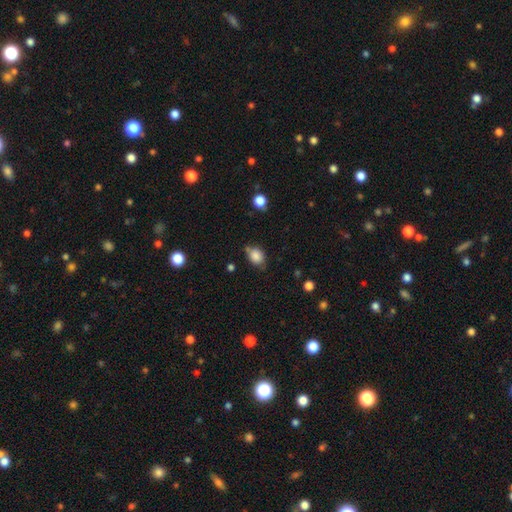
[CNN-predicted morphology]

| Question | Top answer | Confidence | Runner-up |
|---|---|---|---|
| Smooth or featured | smooth | 84% | star or artifact (9%) |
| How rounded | in between | 57% | round (42%) |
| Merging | none | 63% | minor disturbance (25%) |